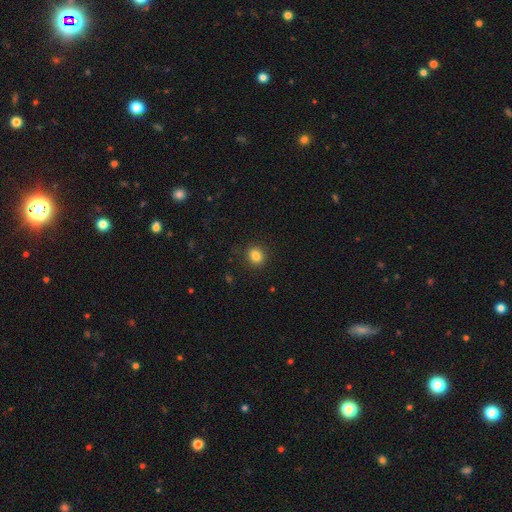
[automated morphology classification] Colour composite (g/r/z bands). It shows a smooth galaxy with no disk features (83%) that is round (80%). Merging: none (89%).